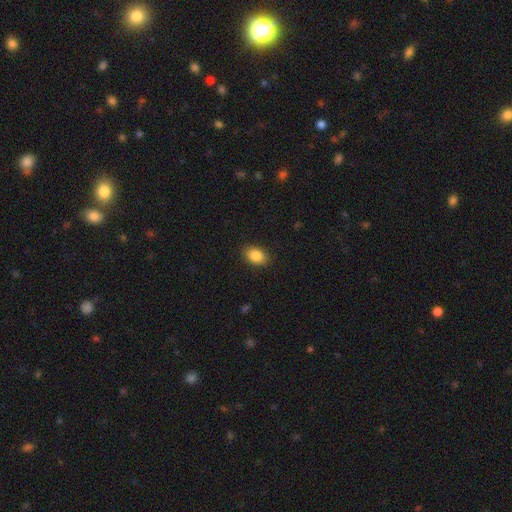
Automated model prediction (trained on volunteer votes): Smooth or featured? Predicted: smooth (p=0.86). How rounded? Predicted: in between (p=0.84). Merging? Predicted: none (p=0.88).